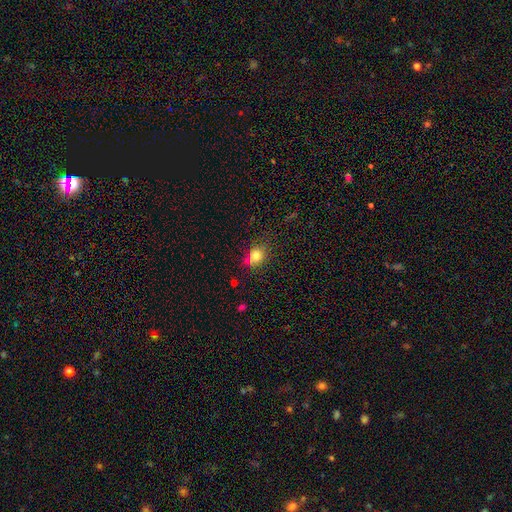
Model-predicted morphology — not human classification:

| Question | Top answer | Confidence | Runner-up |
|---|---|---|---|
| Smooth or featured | smooth | 77% | star or artifact (13%) |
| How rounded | round | 64% | in between (35%) |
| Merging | none | 66% | minor disturbance (20%) |